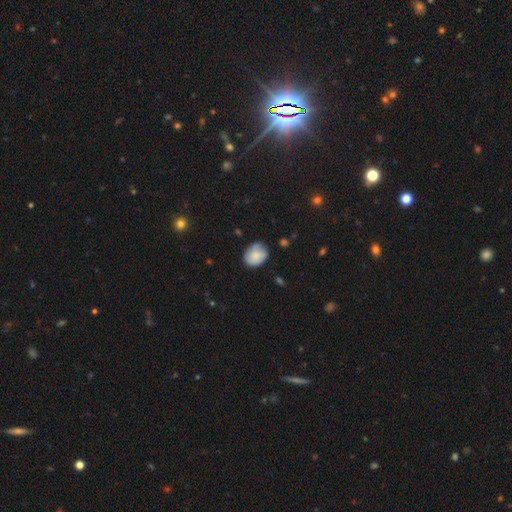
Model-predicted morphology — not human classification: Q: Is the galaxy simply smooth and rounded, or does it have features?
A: smooth — 75%.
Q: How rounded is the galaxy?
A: in between — 57%.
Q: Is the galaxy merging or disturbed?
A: none — 64%.